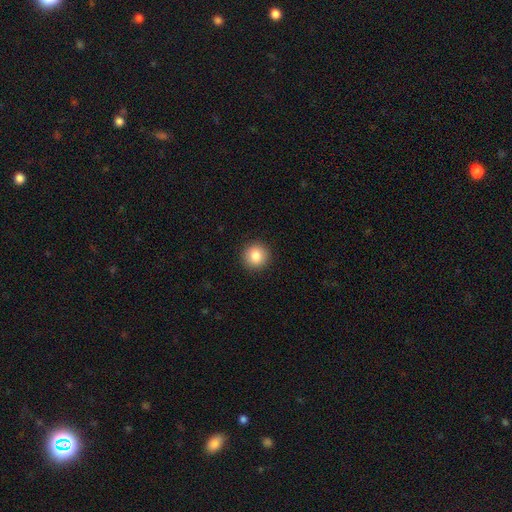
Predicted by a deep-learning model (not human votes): Overall: smooth (84%). How rounded: round (94%). Merging: none (92%).